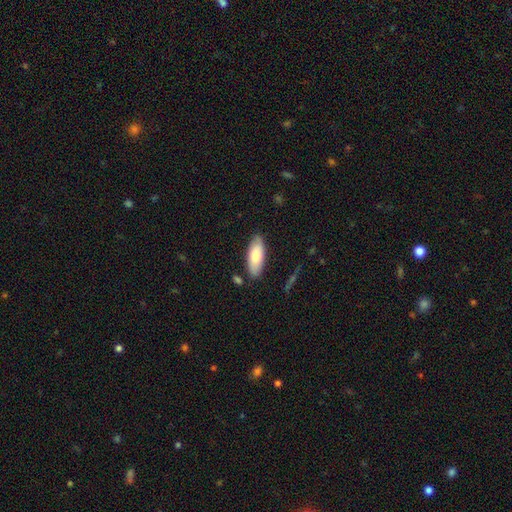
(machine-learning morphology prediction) Smooth or featured: smooth — 79% (featured or disk — 15%)
How rounded: in between — 78% (cigar-shaped — 20%)
Merging: none — 83% (minor disturbance — 12%)